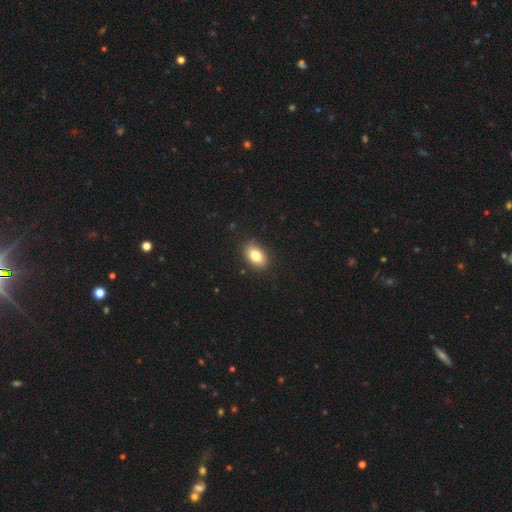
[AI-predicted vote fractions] Morphology: type=smooth (82%); roundness=in between (87%); merging=none (87%).